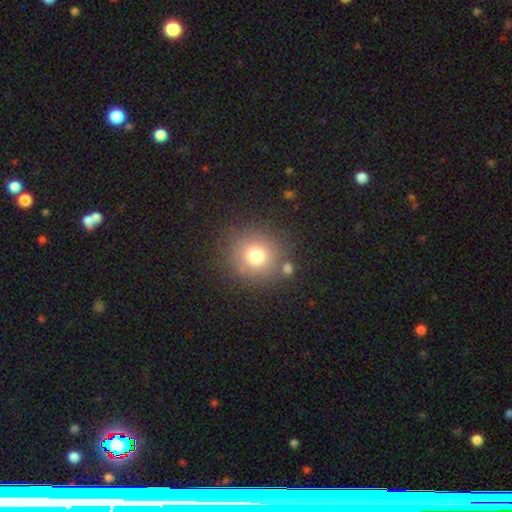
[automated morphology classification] Smooth or featured? Predicted: smooth (p=0.75). How rounded? Predicted: round (p=0.92). Merging? Predicted: none (p=0.81).